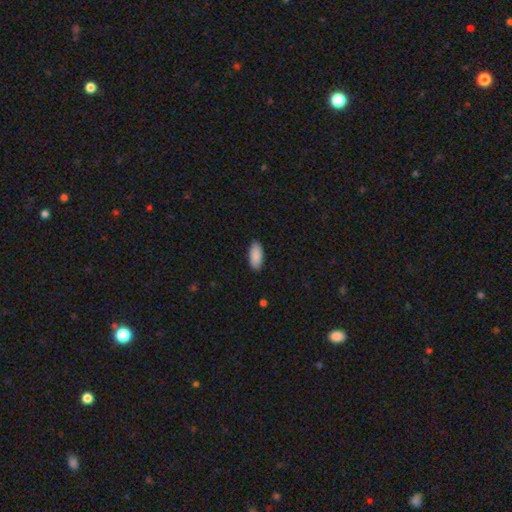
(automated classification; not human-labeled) Smooth or featured? Predicted: smooth (p=0.90). How rounded? Predicted: in between (p=0.90). Merging? Predicted: none (p=0.87).